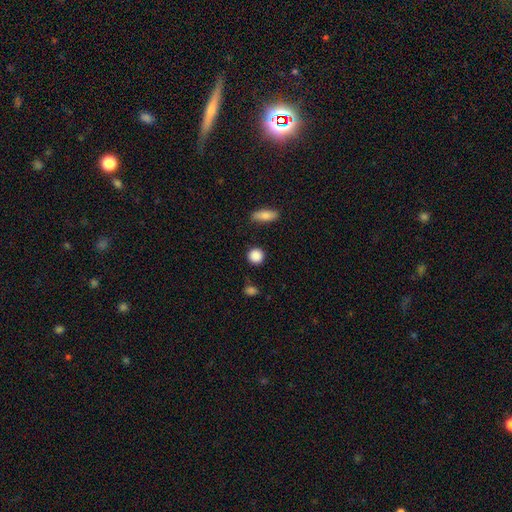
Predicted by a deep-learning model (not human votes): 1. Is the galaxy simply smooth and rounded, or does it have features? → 88% smooth, 9% star or artifact, 3% featured or disk.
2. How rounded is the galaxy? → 90% round, 8% in between, 1% cigar-shaped.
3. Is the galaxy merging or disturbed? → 87% none, 8% minor disturbance, 3% major disturbance, 2% merger.